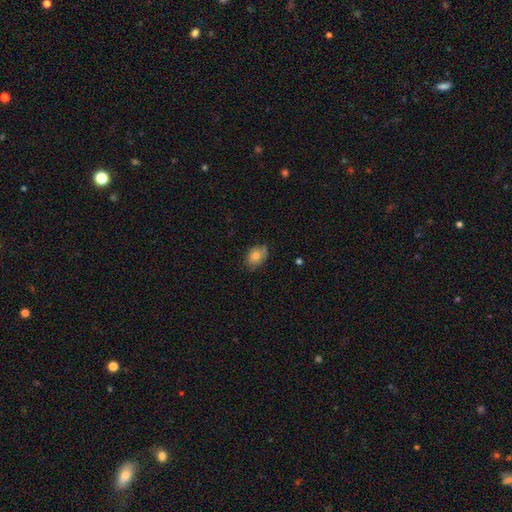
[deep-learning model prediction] Morphology: type=smooth (77%); roundness=in between (74%); merging=none (66%).